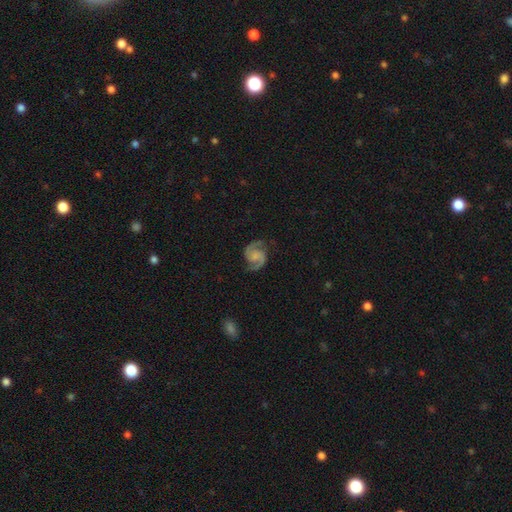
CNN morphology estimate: featured or disk 91%, smooth 5%, star or artifact 4%. Down the decision tree: edge-on disk — no (98%); bar — no (56%); spiral arms — yes (98%); spiral arm count — 2 (94%); spiral winding — medium (60%); bulge size — none (50%); merging — none (81%).